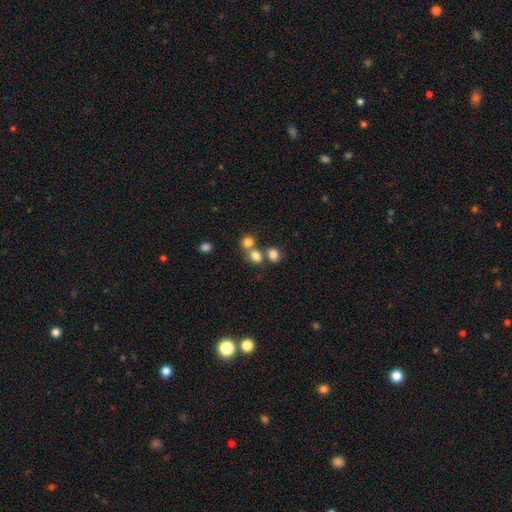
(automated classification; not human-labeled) Morphology: type=smooth (78%); roundness=round (61%); merging=none (48%).